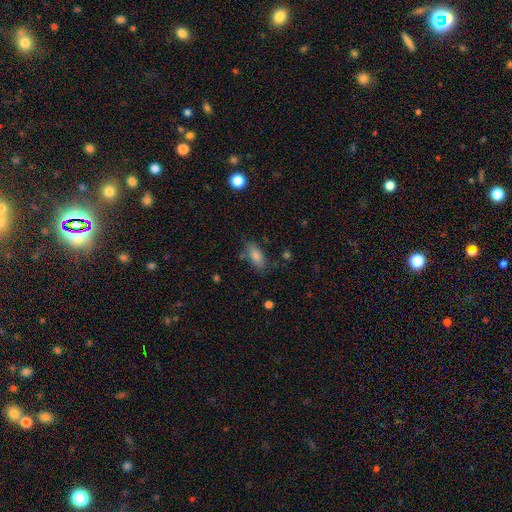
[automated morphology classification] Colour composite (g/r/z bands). It shows a smooth galaxy with no disk features (83%) that is in between round and cigar-shaped (85%). Merging: none (73%).